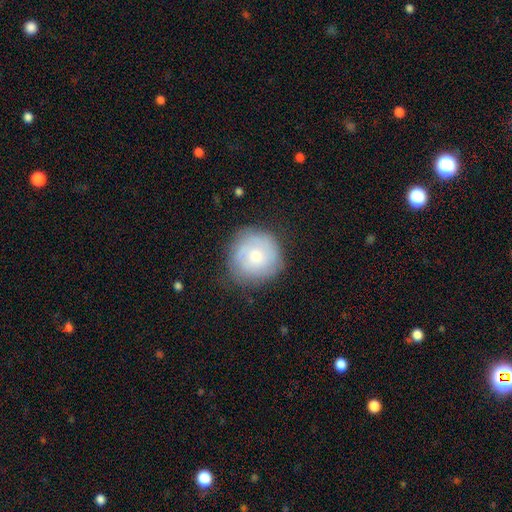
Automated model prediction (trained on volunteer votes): Smooth or featured? smooth (60%)
How rounded? round (92%)
Merging? none (74%)